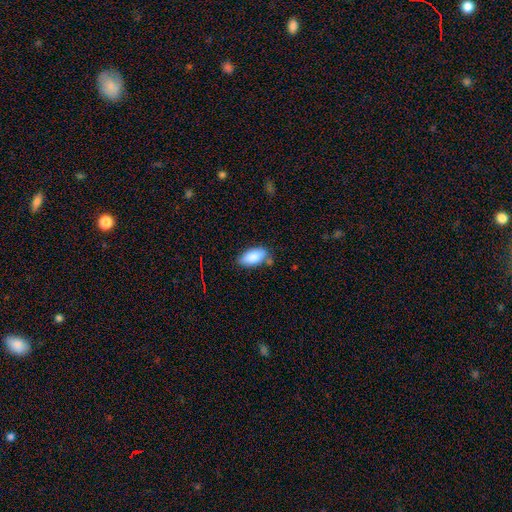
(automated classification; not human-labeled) Morphology: type=smooth (86%); roundness=in between (92%); merging=none (73%).